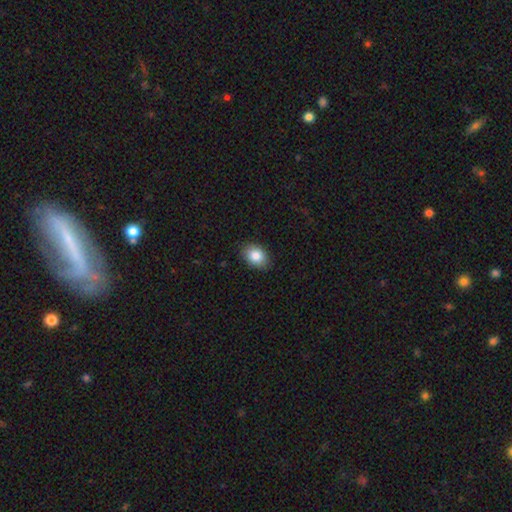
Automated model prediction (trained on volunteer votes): Smooth or featured? Predicted: smooth (p=0.85). How rounded? Predicted: in between (p=0.77). Merging? Predicted: none (p=0.87).